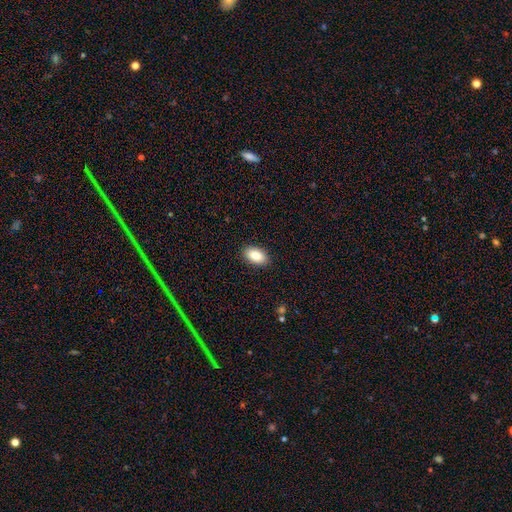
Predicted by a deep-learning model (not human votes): Q: Smooth or featured?
A: smooth (88%); runner-up: star or artifact (7%)
Q: How rounded?
A: in between (92%); runner-up: round (6%)
Q: Merging?
A: none (89%); runner-up: minor disturbance (8%)